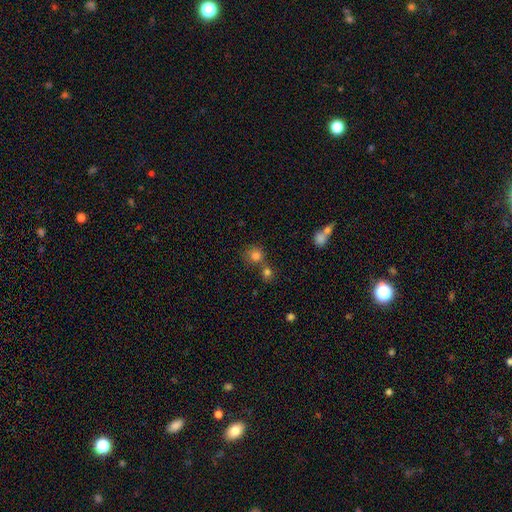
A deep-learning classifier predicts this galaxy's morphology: Smooth or featured? Predicted: smooth (p=0.79). How rounded? Predicted: round (p=0.86). Merging? Predicted: none (p=0.54).